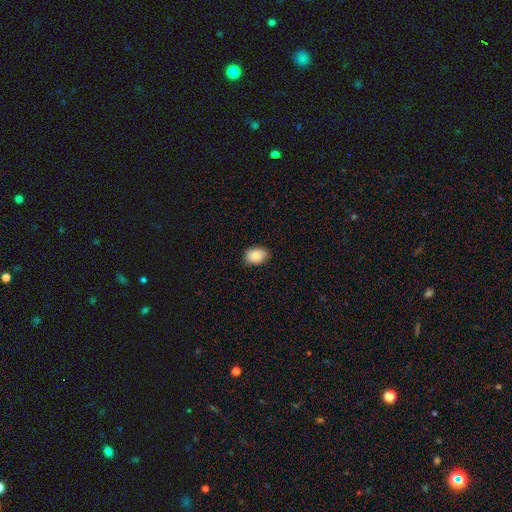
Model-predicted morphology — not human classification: Q: Smooth or featured?
A: smooth (88%); runner-up: star or artifact (7%)
Q: How rounded?
A: in between (76%); runner-up: round (23%)
Q: Merging?
A: none (83%); runner-up: minor disturbance (14%)